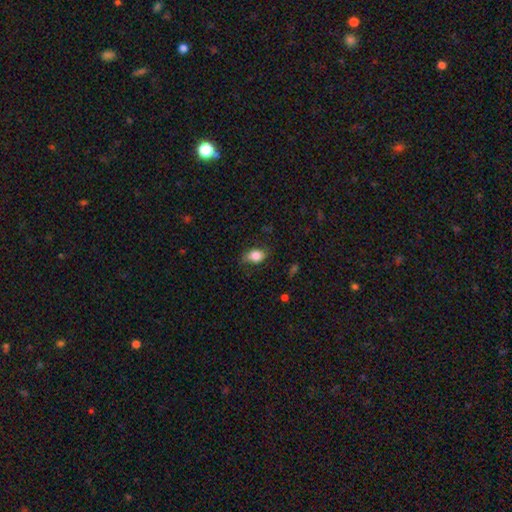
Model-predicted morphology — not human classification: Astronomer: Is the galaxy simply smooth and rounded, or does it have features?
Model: smooth — 82%.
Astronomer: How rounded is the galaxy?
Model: in between — 76%.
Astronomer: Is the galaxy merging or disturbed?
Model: none — 67%.